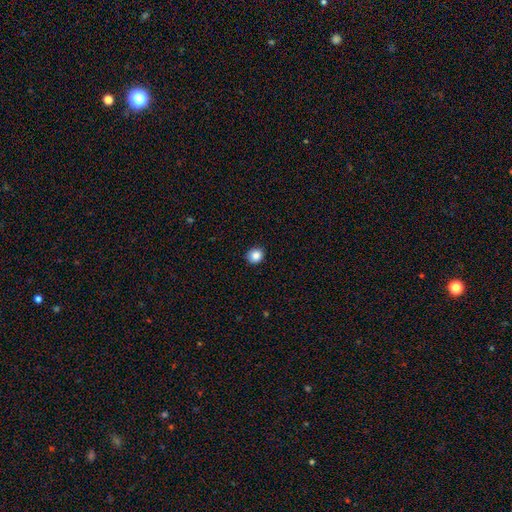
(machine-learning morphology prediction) Overall: smooth (86%). How rounded: round (83%). Merging: none (91%).